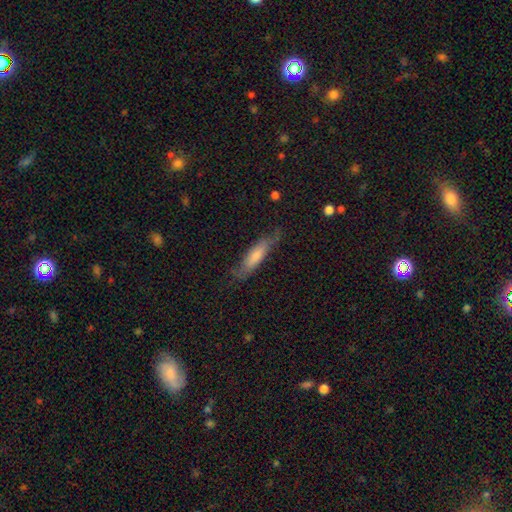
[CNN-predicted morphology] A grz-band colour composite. It shows a smooth galaxy with no disk features (60%) that is cigar-shaped (74%). Merging: none (69%).